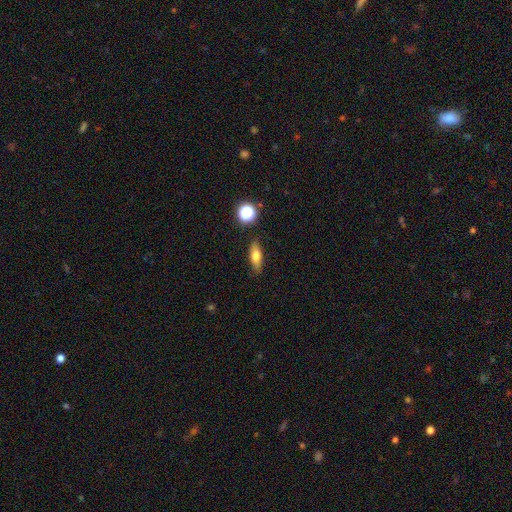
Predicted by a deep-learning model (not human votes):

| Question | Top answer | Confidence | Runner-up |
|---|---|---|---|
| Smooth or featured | smooth | 68% | featured or disk (23%) |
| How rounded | in between | 60% | cigar-shaped (33%) |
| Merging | none | 84% | minor disturbance (11%) |